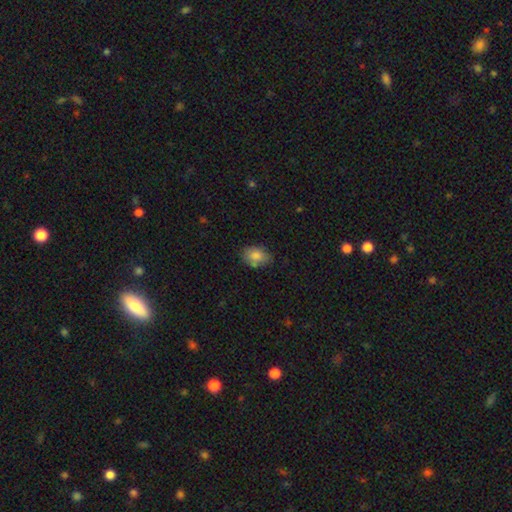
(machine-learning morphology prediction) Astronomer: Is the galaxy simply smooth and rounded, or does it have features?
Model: smooth — 82%.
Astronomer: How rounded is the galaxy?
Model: in between — 76%.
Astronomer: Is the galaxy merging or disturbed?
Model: none — 70%.